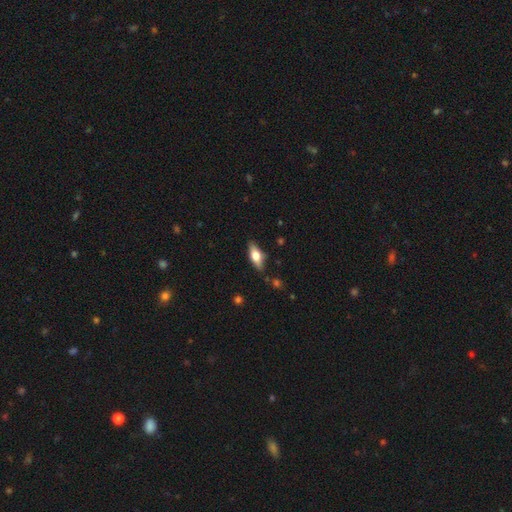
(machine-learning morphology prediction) This is possibly a smooth galaxy (52%). How rounded: likely in between (66%). Merging: clearly none (82%).